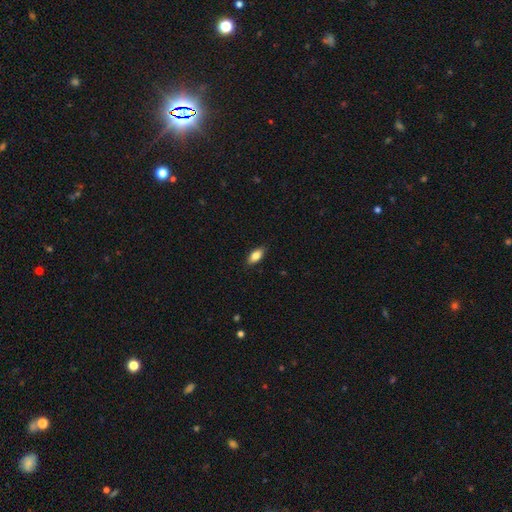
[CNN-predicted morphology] Smooth or featured: smooth — 83% (featured or disk — 10%)
How rounded: in between — 88% (cigar-shaped — 8%)
Merging: none — 87% (minor disturbance — 10%)